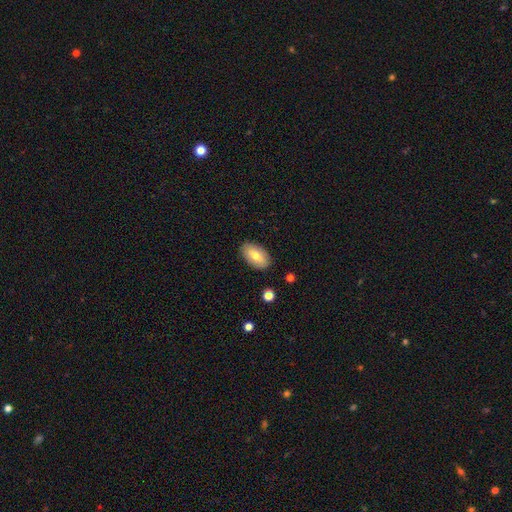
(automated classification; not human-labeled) Overall: smooth (73%). How rounded: in between (94%). Merging: none (86%).